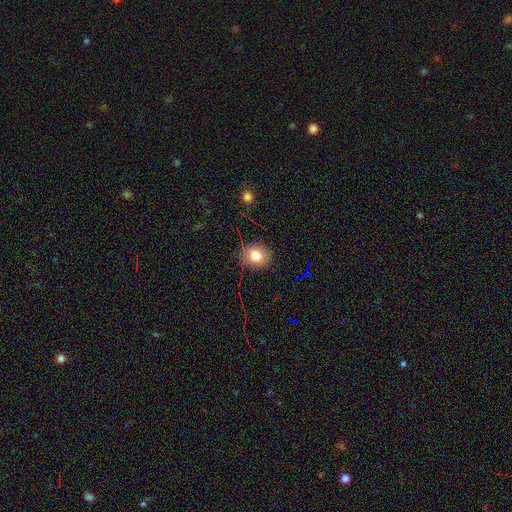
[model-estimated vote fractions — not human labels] smooth-or-featured: smooth: 79% | star or artifact: 12% | featured or disk: 8%
  how-rounded: round: 74% | in between: 25% | cigar-shaped: 1%
  merging: none: 83% | minor disturbance: 12% | major disturbance: 3% | merger: 1%